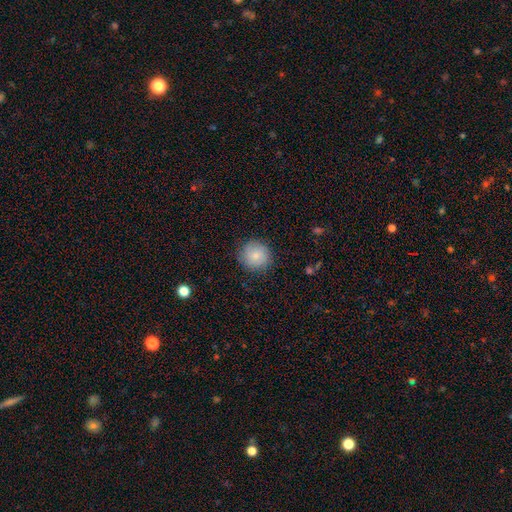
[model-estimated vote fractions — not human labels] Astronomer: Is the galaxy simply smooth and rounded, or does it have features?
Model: smooth — 84%.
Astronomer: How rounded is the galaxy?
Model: round — 93%.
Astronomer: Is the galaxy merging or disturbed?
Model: none — 86%.